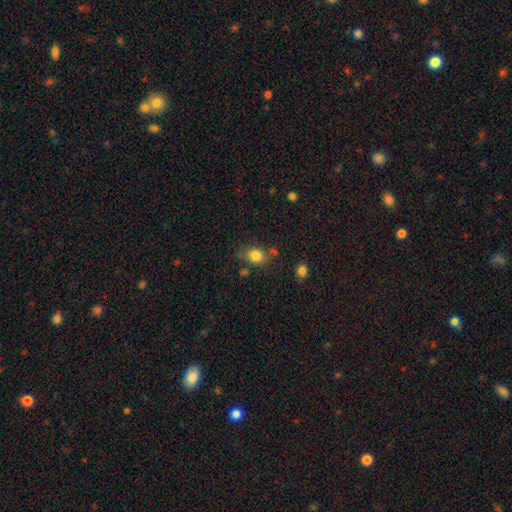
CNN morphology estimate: This appears to be a smooth galaxy with no disk features (83%) that is in between round and cigar-shaped (55%). Merging: none (68%).